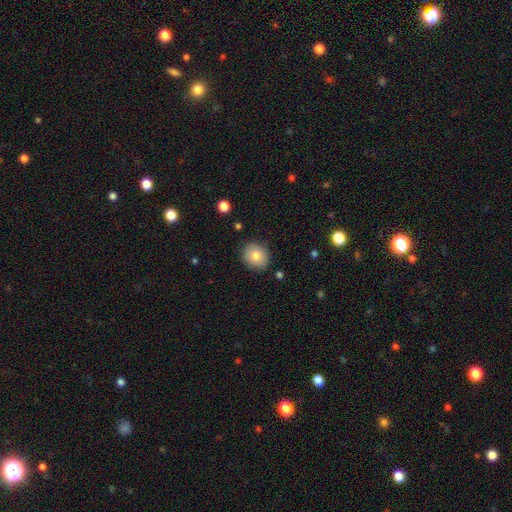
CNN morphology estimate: The model was most divided on "how rounded": round: 77%, in between: 22%, cigar-shaped: 1%. More confident: merging — none (87%); smooth or featured — smooth (80%).